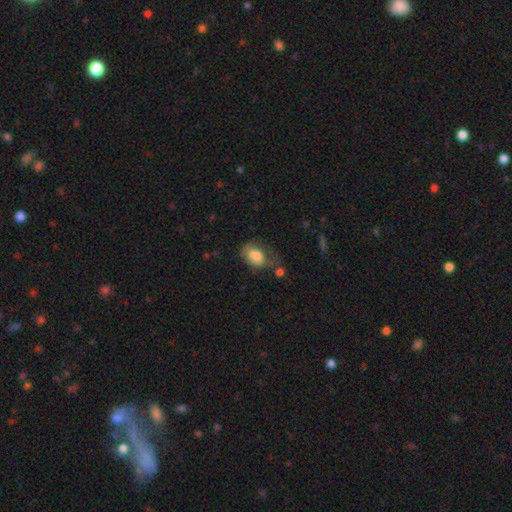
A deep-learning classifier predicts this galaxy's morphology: Smooth or featured: smooth — 74% (featured or disk — 18%)
How rounded: in between — 81% (round — 17%)
Merging: none — 33% (minor disturbance — 30%)